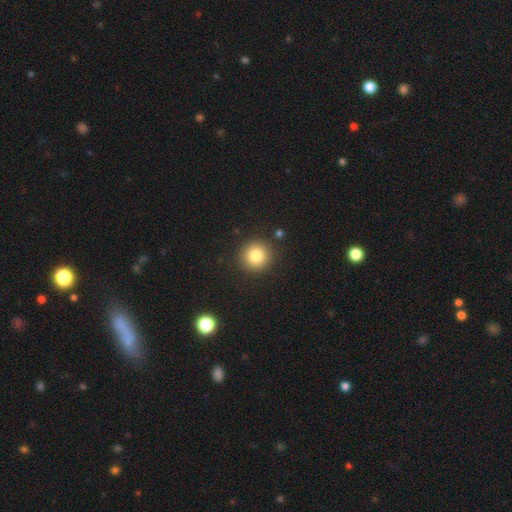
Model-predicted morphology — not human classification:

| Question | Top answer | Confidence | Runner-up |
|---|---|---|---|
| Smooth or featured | smooth | 83% | star or artifact (10%) |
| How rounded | round | 94% | in between (5%) |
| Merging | none | 90% | minor disturbance (6%) |